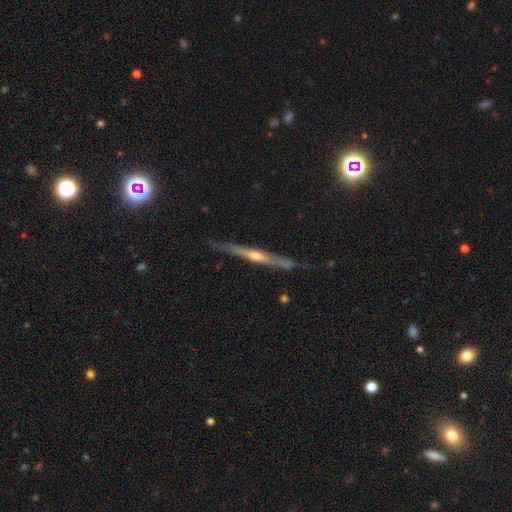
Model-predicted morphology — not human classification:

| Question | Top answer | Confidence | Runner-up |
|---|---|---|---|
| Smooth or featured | featured or disk | 77% | smooth (17%) |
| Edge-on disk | yes | 96% | no (4%) |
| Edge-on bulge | rounded | 75% | none (21%) |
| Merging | none | 81% | minor disturbance (15%) |